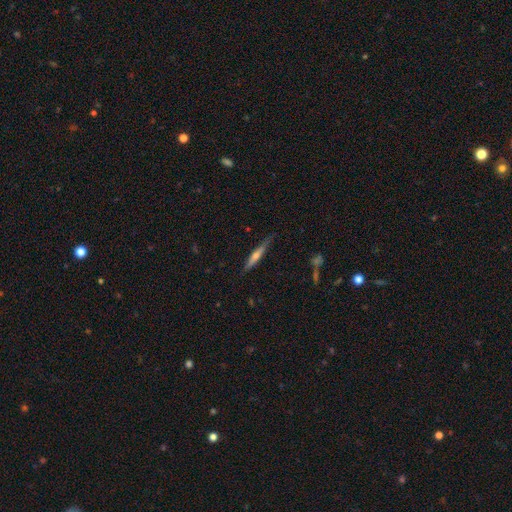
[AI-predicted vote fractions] Smooth or featured?
  - featured or disk: 50% *
  - smooth: 43%
  - star or artifact: 6%
Edge-on disk?
  - yes: 94% *
  - no: 6%
Merging?
  - none: 79% *
  - minor disturbance: 17%
  - major disturbance: 3%
  - merger: 2%